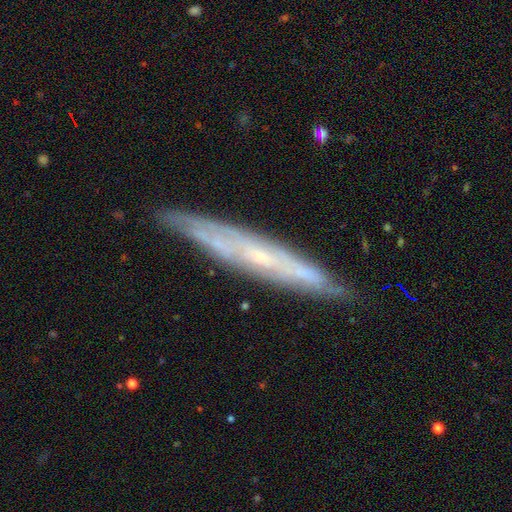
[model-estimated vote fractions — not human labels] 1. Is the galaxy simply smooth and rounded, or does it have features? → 73% featured or disk, 20% smooth, 7% star or artifact.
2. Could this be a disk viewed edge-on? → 69% yes, 31% no.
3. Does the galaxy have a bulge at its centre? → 62% none, 34% rounded, 4% boxy.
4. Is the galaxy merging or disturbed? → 81% none, 14% minor disturbance, 3% major disturbance, 2% merger.